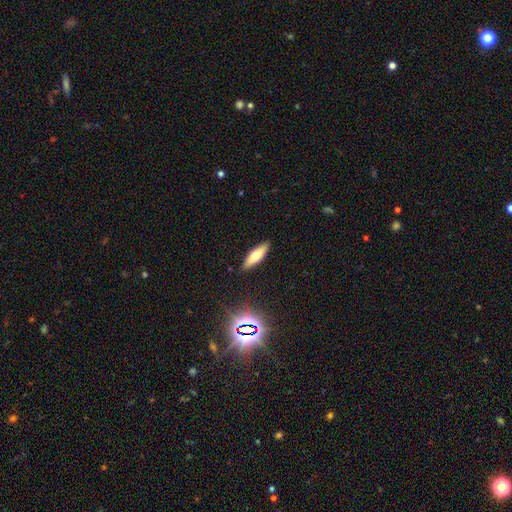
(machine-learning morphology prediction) Q: Smooth or featured?
A: smooth (59%); runner-up: featured or disk (32%)
Q: How rounded?
A: cigar-shaped (56%); runner-up: in between (42%)
Q: Merging?
A: none (89%); runner-up: minor disturbance (8%)